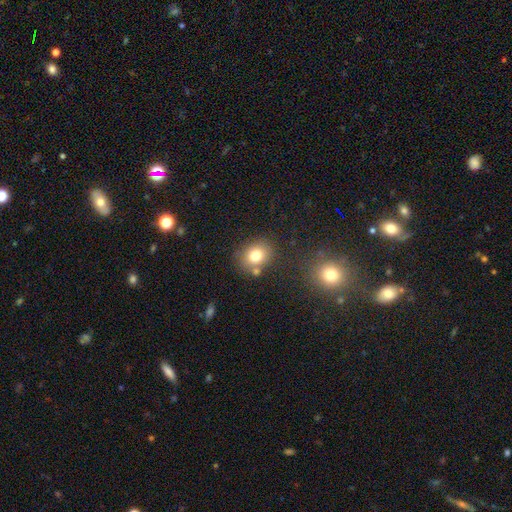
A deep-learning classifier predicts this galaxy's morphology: Smooth or featured?
  - smooth: 78% *
  - star or artifact: 11%
  - featured or disk: 11%
How rounded?
  - round: 58% *
  - in between: 41%
  - cigar-shaped: 1%
Merging?
  - none: 71% *
  - minor disturbance: 13%
  - merger: 12%
  - major disturbance: 4%